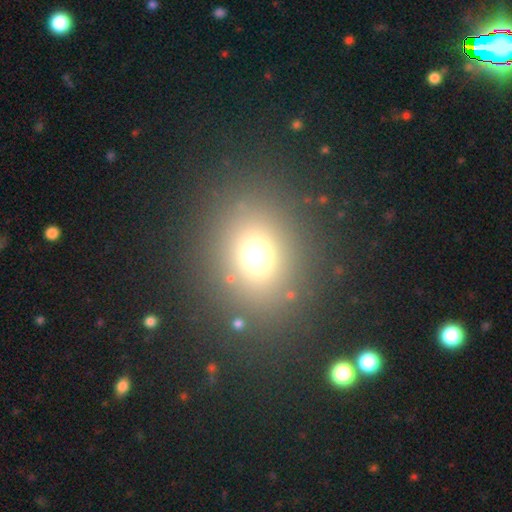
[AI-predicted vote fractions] Smooth or featured: smooth — 68% (star or artifact — 23%)
How rounded: round — 66% (in between — 33%)
Merging: none — 85% (minor disturbance — 8%)